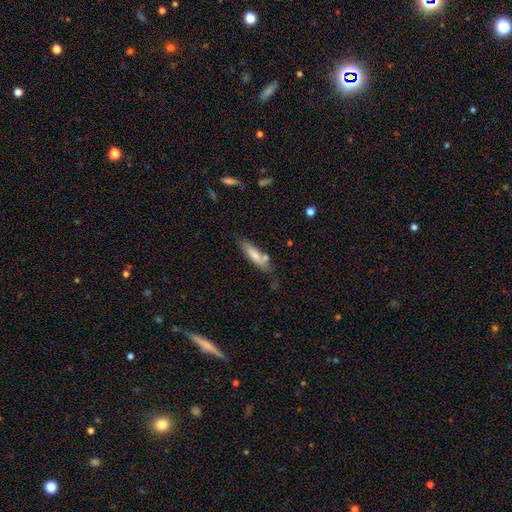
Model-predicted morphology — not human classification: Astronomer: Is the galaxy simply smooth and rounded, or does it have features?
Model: smooth — 74%.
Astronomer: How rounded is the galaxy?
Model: cigar-shaped — 69%.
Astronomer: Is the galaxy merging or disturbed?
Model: none — 63%.